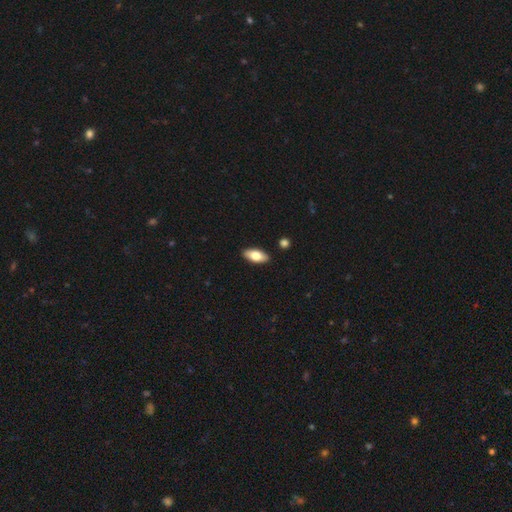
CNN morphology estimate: Overall: smooth (74%). How rounded: in between (87%). Merging: none (89%).